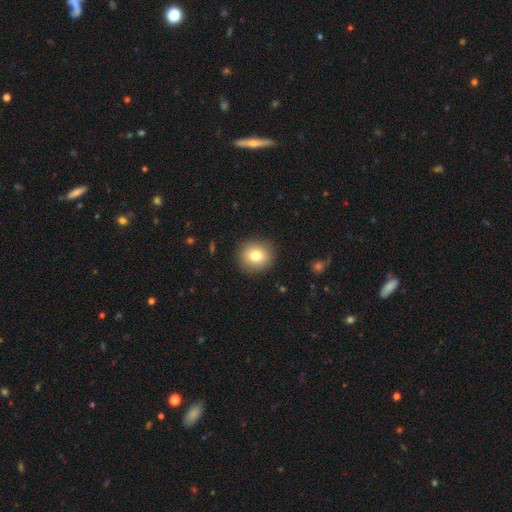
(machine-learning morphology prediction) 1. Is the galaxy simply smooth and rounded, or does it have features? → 80% smooth, 10% featured or disk, 10% star or artifact.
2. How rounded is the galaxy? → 86% round, 13% in between, 1% cigar-shaped.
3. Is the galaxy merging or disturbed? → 90% none, 7% minor disturbance, 2% major disturbance, 1% merger.